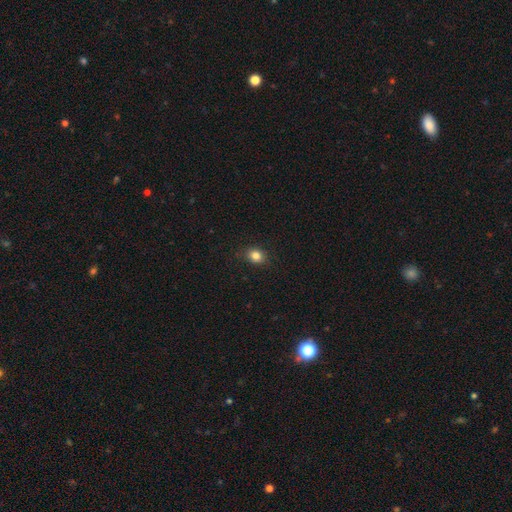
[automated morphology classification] Smooth or featured? smooth (83%)
How rounded? round (55%)
Merging? none (86%)